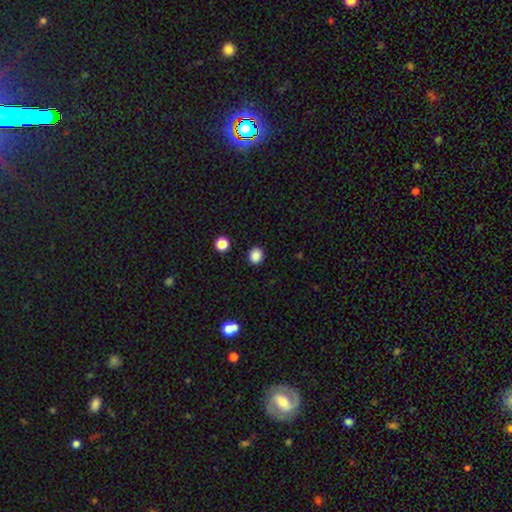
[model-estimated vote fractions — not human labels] A smooth galaxy with no disk features (86%) that is round (78%).

Vote fractions:
- Smooth or featured? smooth: 86% / star or artifact: 11% / featured or disk: 3%
- How rounded? round: 78% / in between: 21% / cigar-shaped: 1%
- Merging? none: 91% / minor disturbance: 6% / major disturbance: 2% / merger: 2%